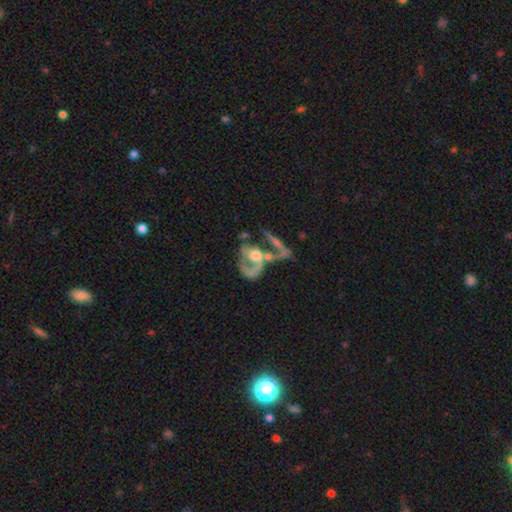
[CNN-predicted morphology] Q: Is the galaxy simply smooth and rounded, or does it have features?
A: featured or disk — 64%.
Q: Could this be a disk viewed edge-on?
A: no — 93%.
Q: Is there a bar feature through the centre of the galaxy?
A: no — 82%.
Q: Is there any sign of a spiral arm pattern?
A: no — 58%.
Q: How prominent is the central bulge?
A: moderate — 52%.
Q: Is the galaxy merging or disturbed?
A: merger — 50%.